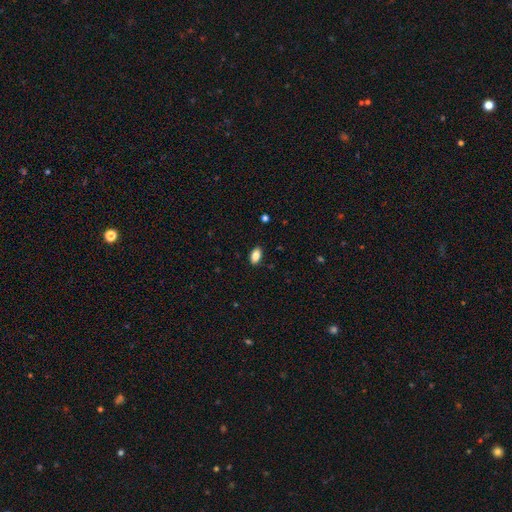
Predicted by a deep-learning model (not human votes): smooth 87%, star or artifact 8%, featured or disk 6%. Down the decision tree: how rounded — in between (92%); merging — none (89%).